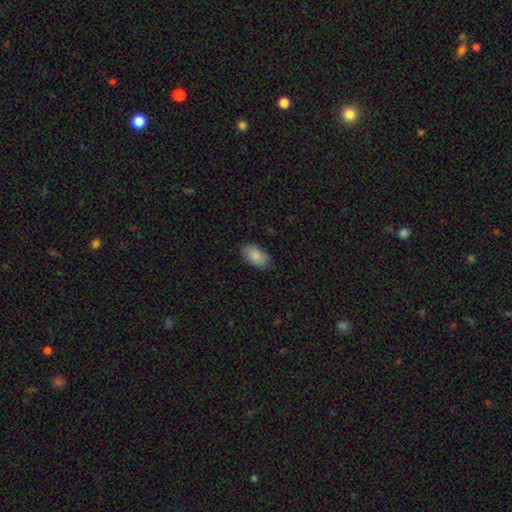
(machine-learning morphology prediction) smooth_or_featured: smooth (p=0.89) [alt: star or artifact p=0.06]
how_rounded: in between (p=0.94) [alt: round p=0.04]
merging: none (p=0.87) [alt: minor disturbance p=0.10]